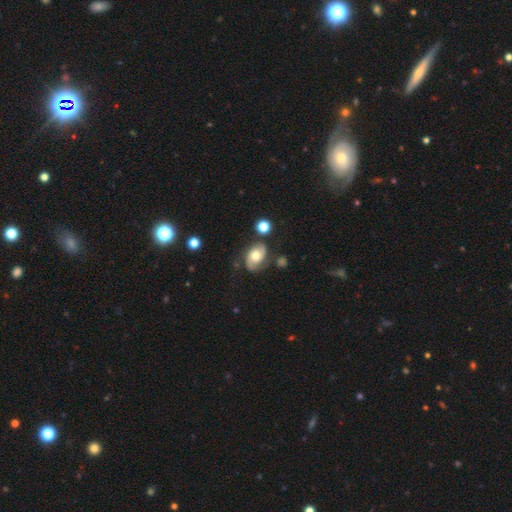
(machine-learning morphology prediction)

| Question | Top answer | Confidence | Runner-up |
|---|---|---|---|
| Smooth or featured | featured or disk | 65% | smooth (27%) |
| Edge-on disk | no | 96% | yes (4%) |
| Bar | no | 74% | weak (21%) |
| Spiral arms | yes | 85% | no (15%) |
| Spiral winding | medium | 42% | tight (34%) |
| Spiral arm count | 2 | 85% | can't tell (8%) |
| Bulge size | moderate | 74% | large (13%) |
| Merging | none | 64% | minor disturbance (21%) |